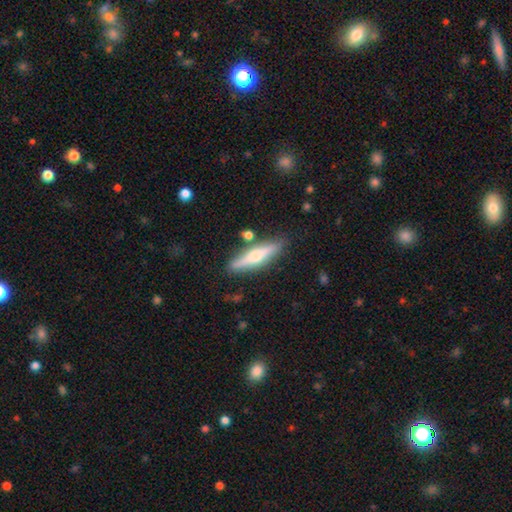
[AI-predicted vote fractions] Smooth or featured? featured or disk (53%)
Edge-on disk? yes (94%)
Merging? none (83%)